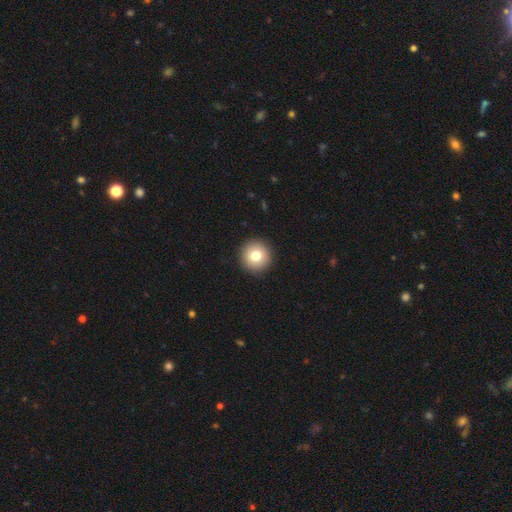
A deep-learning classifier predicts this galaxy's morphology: Smooth or featured? smooth (78%)
How rounded? round (95%)
Merging? none (93%)